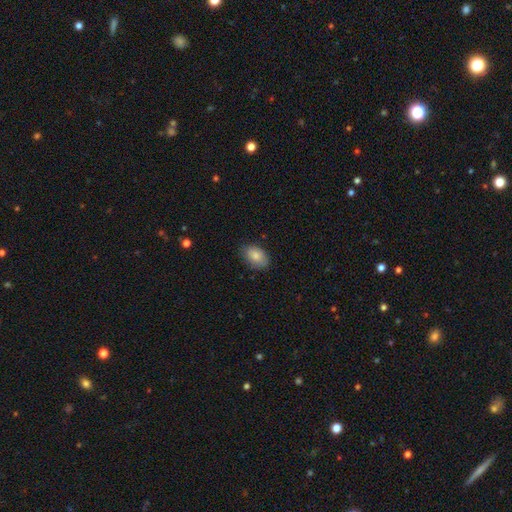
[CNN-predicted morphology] smooth 84%, featured or disk 10%, star or artifact 7%. Down the decision tree: how rounded — in between (88%); merging — none (79%).